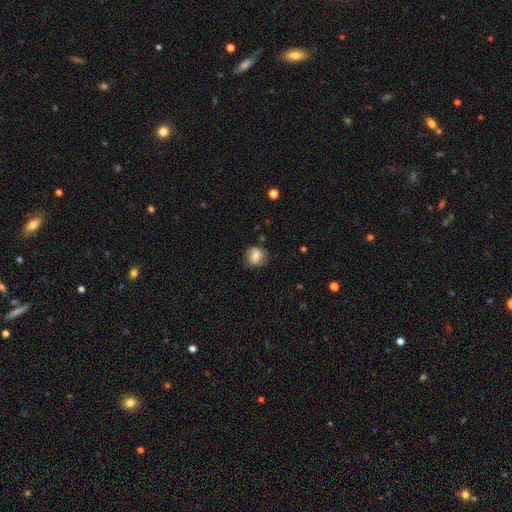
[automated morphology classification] This is likely a smooth galaxy (74%). How rounded: likely round (66%). Merging: likely none (65%).